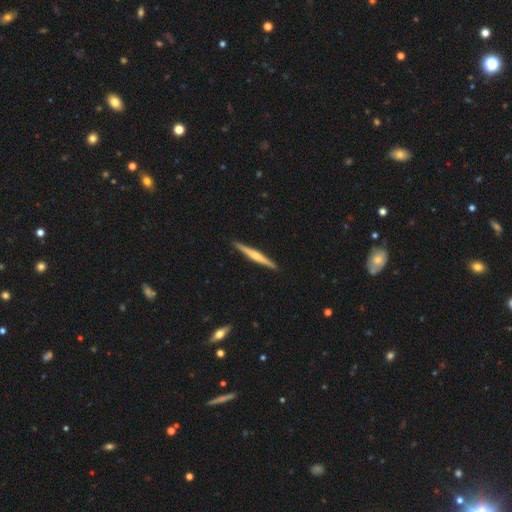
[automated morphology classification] Smooth or featured? Predicted: featured or disk (p=0.65). Edge-on disk? Predicted: yes (p=0.98). Edge-on bulge? Predicted: rounded (p=0.73). Merging? Predicted: none (p=0.92).